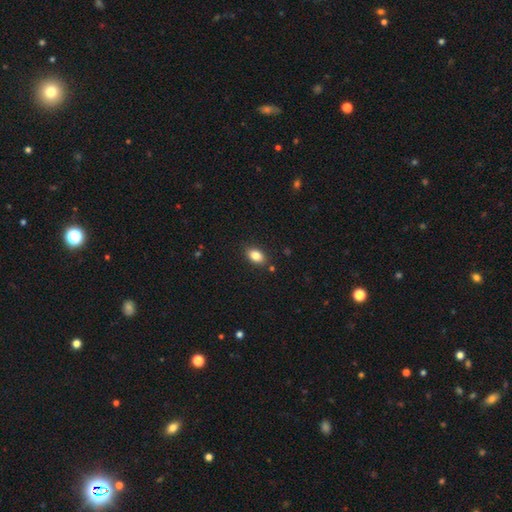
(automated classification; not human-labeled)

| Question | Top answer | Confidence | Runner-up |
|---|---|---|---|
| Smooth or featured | smooth | 84% | star or artifact (9%) |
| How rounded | in between | 86% | round (12%) |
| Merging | none | 86% | minor disturbance (10%) |